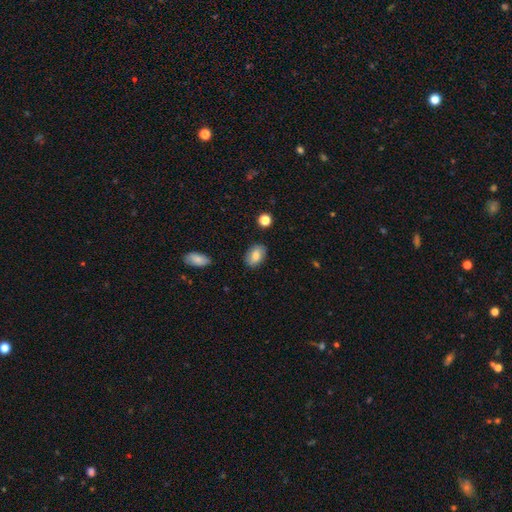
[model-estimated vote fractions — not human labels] Smooth or featured?
  - smooth: 79% *
  - featured or disk: 14%
  - star or artifact: 7%
How rounded?
  - in between: 87% *
  - round: 11%
  - cigar-shaped: 2%
Merging?
  - none: 85% *
  - minor disturbance: 11%
  - major disturbance: 2%
  - merger: 2%